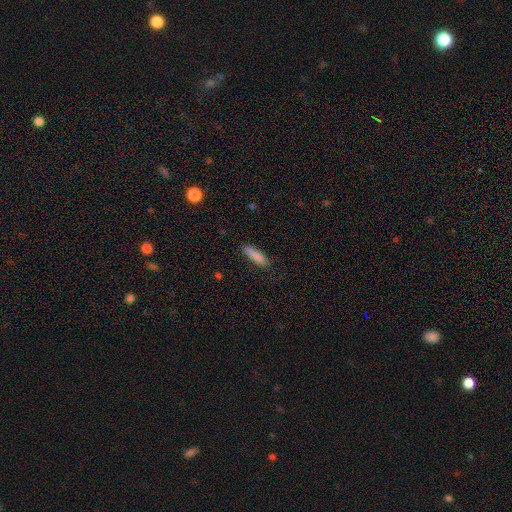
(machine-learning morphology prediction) Q: Smooth or featured?
A: smooth (86%); runner-up: featured or disk (7%)
Q: How rounded?
A: cigar-shaped (70%); runner-up: in between (29%)
Q: Merging?
A: none (85%); runner-up: minor disturbance (12%)